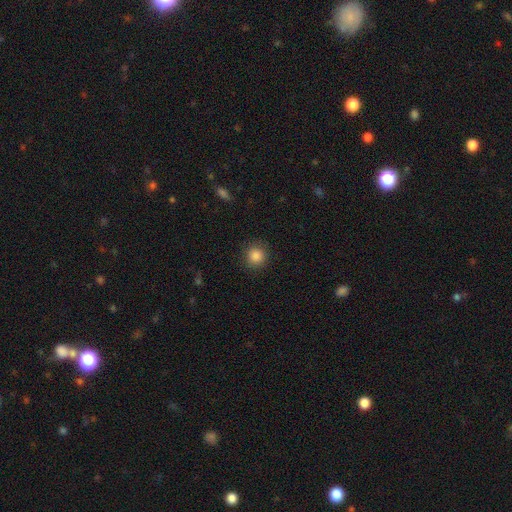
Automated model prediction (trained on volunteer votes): The model was most divided on "smooth or featured": smooth: 86%, star or artifact: 11%, featured or disk: 4%. More confident: how rounded — round (92%); merging — none (90%).